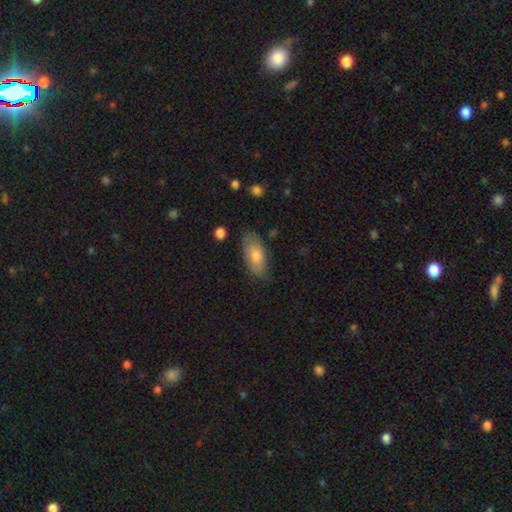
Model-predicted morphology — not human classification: Overall: smooth (72%). How rounded: in between (86%). Merging: none (75%).